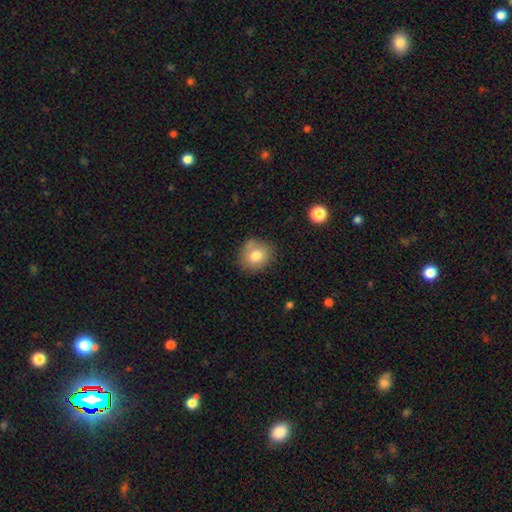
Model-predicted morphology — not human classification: smooth_or_featured: smooth (p=0.78) [alt: featured or disk p=0.12]
how_rounded: round (p=0.78) [alt: in between p=0.21]
merging: none (p=0.74) [alt: minor disturbance p=0.18]